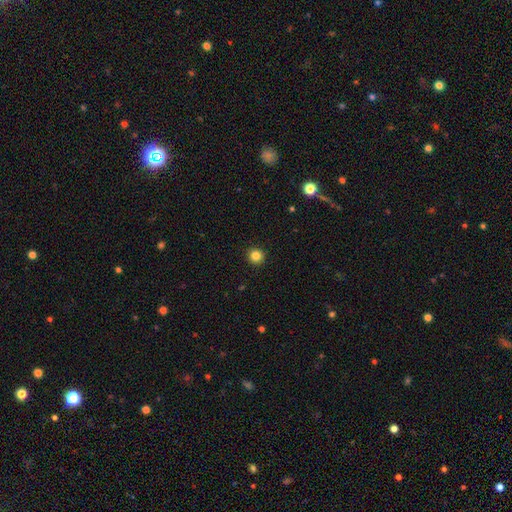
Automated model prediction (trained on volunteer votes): A smooth galaxy with no disk features (84%) that is round (95%).

Vote fractions:
- Smooth or featured? smooth: 84% / star or artifact: 11% / featured or disk: 5%
- How rounded? round: 95% / in between: 4% / cigar-shaped: 1%
- Merging? none: 93% / minor disturbance: 4% / major disturbance: 1% / merger: 1%